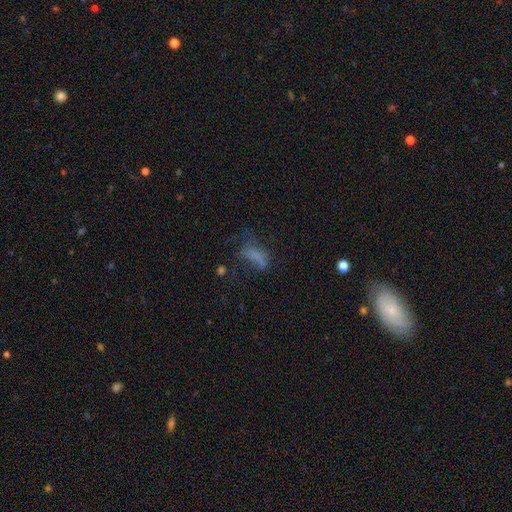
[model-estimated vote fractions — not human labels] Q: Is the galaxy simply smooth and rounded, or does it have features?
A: smooth — 49%.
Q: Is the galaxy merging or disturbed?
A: major disturbance — 41%.